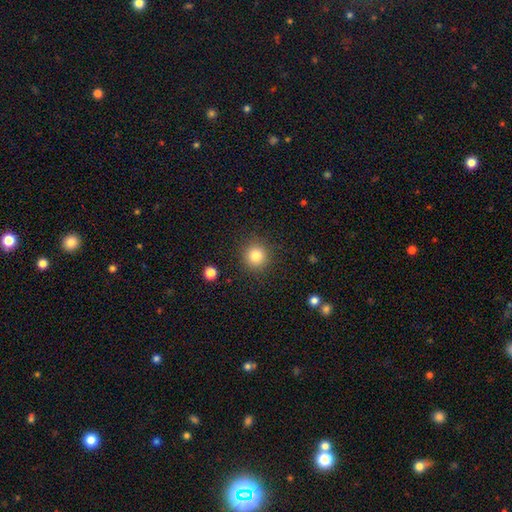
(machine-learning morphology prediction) Smooth or featured: smooth — 81% (star or artifact — 12%)
How rounded: round — 93% (in between — 6%)
Merging: none — 89% (minor disturbance — 7%)